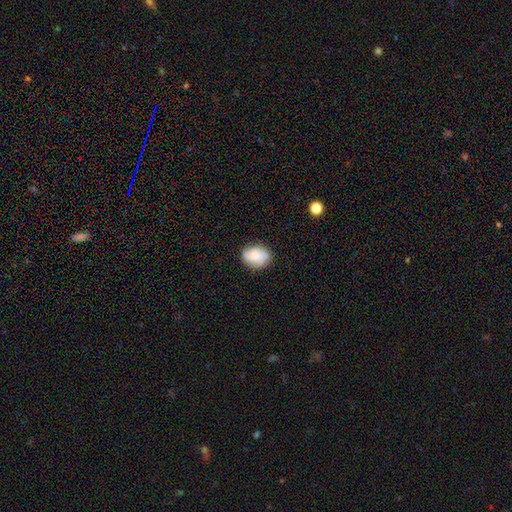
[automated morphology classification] This appears to be a smooth galaxy with no disk features (72%) that is in between round and cigar-shaped (58%). Merging: none (80%).